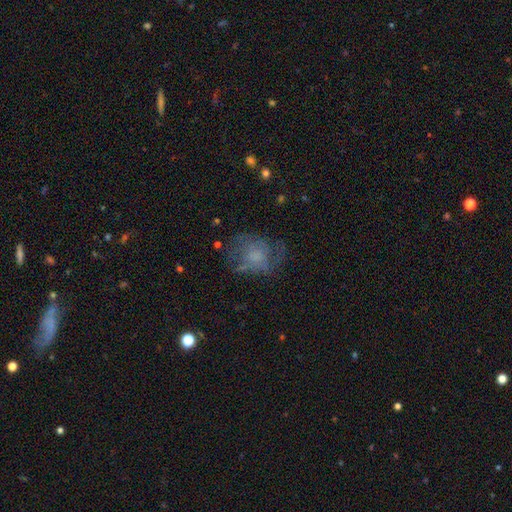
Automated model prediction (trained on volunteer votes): A featured or disk galaxy (44%). Merging: none (52%).